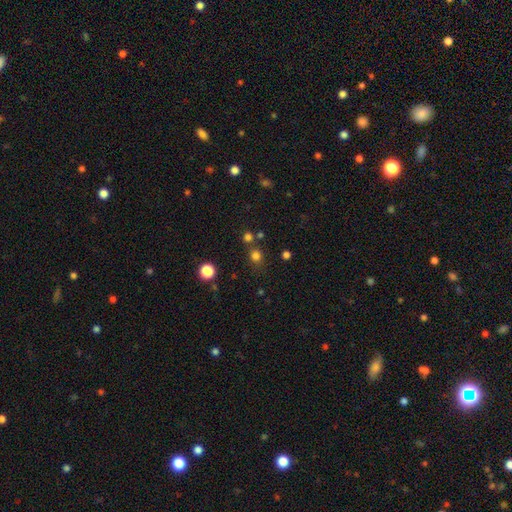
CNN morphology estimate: Smooth or featured? Predicted: smooth (p=0.74). How rounded? Predicted: round (p=0.86). Merging? Predicted: none (p=0.75).